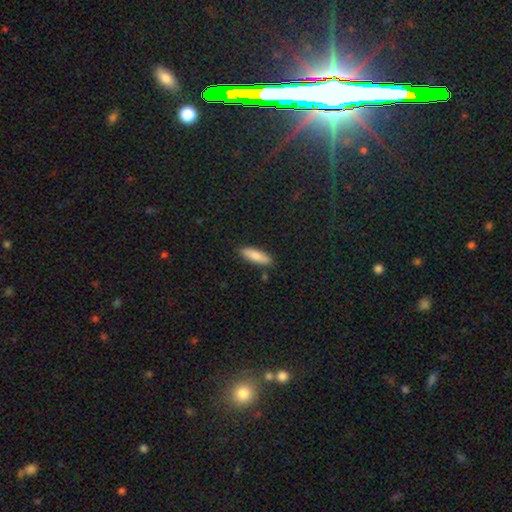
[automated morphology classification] type=smooth (81%); roundness=cigar-shaped (50%); merging=none (85%).